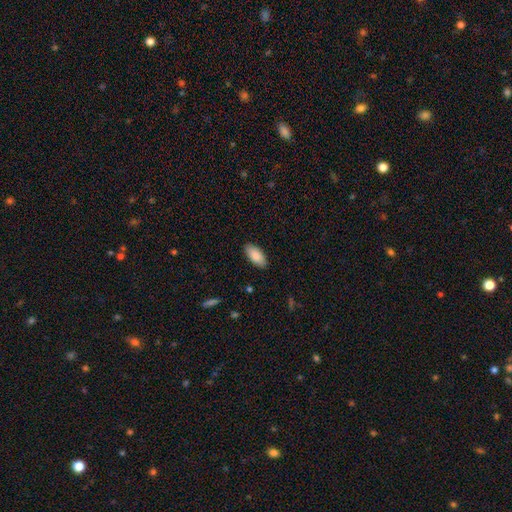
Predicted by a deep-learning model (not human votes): A smooth galaxy with no disk features (85%) that is in between round and cigar-shaped (92%).

Vote fractions:
- Smooth or featured? smooth: 85% / featured or disk: 9% / star or artifact: 6%
- How rounded? in between: 92% / cigar-shaped: 7% / round: 2%
- Merging? none: 88% / minor disturbance: 9% / major disturbance: 2% / merger: 1%